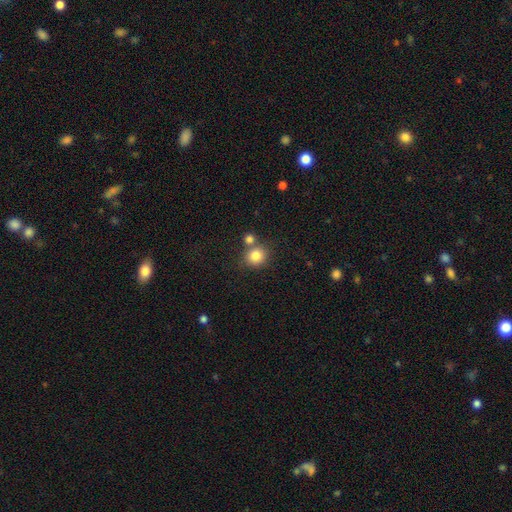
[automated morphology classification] The model was most divided on "merging": none: 64%, merger: 23%, minor disturbance: 9%, major disturbance: 3%. More confident: how rounded — round (85%); smooth or featured — smooth (83%).